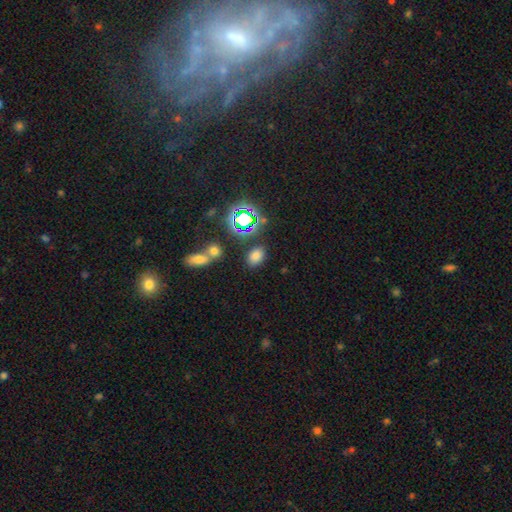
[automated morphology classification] This is likely a smooth galaxy (68%). How rounded: likely in between (79%). Merging: likely none (79%).